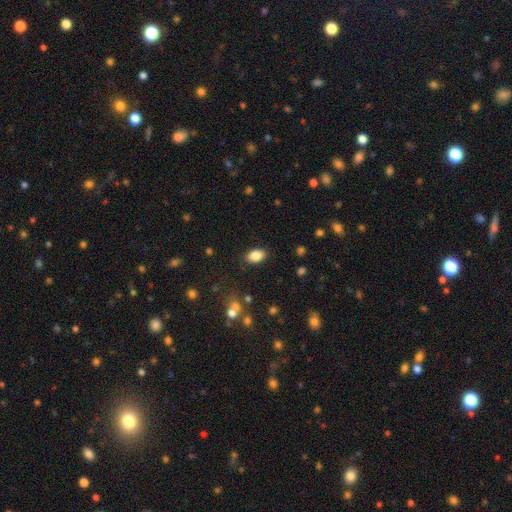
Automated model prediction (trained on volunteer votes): Smooth or featured?
  - smooth: 85% *
  - star or artifact: 9%
  - featured or disk: 6%
How rounded?
  - in between: 89% *
  - round: 10%
  - cigar-shaped: 2%
Merging?
  - none: 86% *
  - minor disturbance: 10%
  - major disturbance: 3%
  - merger: 1%